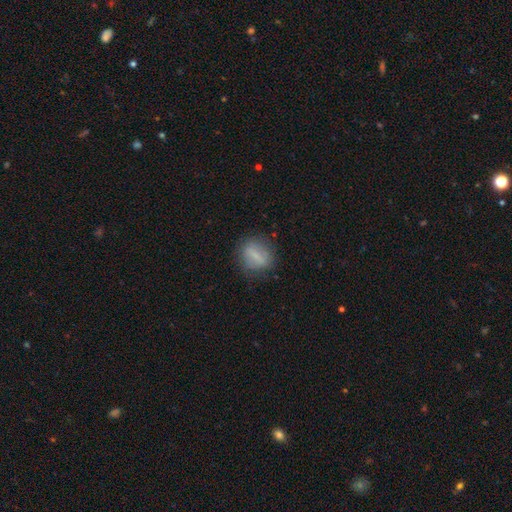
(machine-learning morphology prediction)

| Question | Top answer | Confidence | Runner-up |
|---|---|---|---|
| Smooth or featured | smooth | 59% | featured or disk (32%) |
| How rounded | round | 51% | in between (41%) |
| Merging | none | 77% | minor disturbance (15%) |